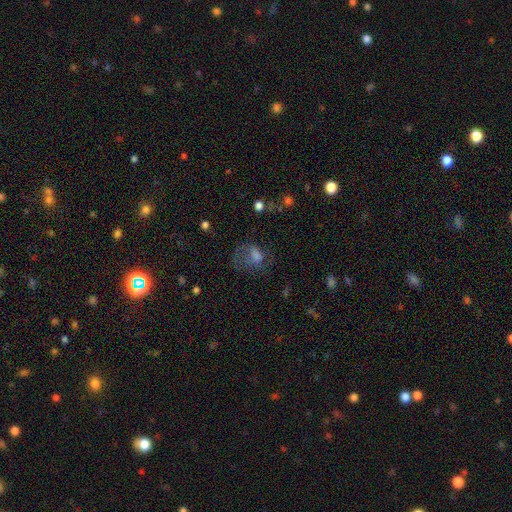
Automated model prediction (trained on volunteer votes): smooth_or_featured: smooth (p=0.45) [alt: featured or disk p=0.34]
merging: none (p=0.39) [alt: major disturbance p=0.37]